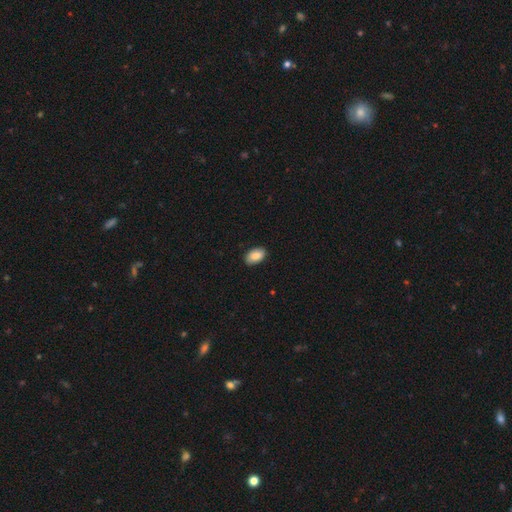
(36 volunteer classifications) This appears to be a smooth galaxy with no disk features (89%) that is in between round and cigar-shaped (97%). Merging: none (83%).